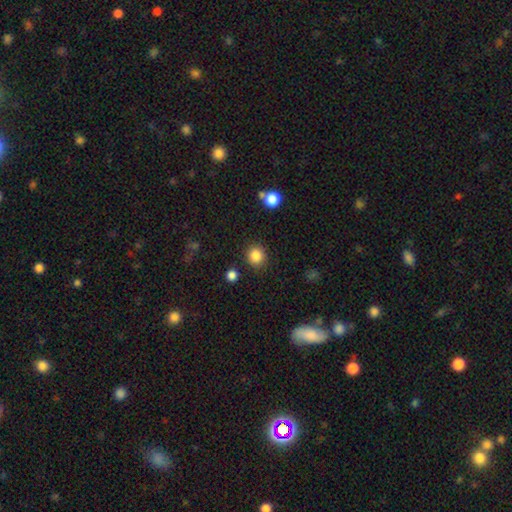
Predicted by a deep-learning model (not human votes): Morphology: type=smooth (86%); roundness=round (90%); merging=none (87%).